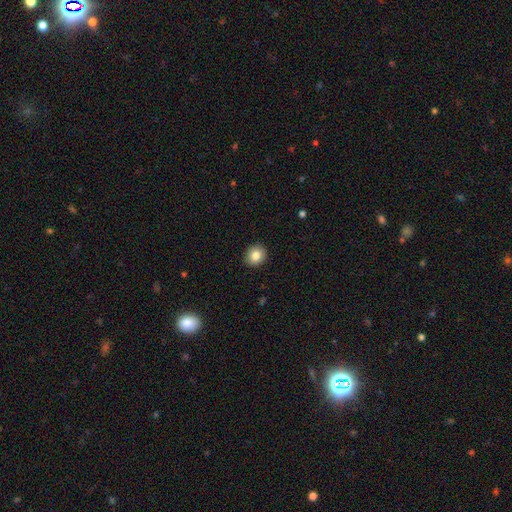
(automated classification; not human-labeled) This is clearly a smooth galaxy (83%). How rounded: clearly round (82%). Merging: clearly none (92%).